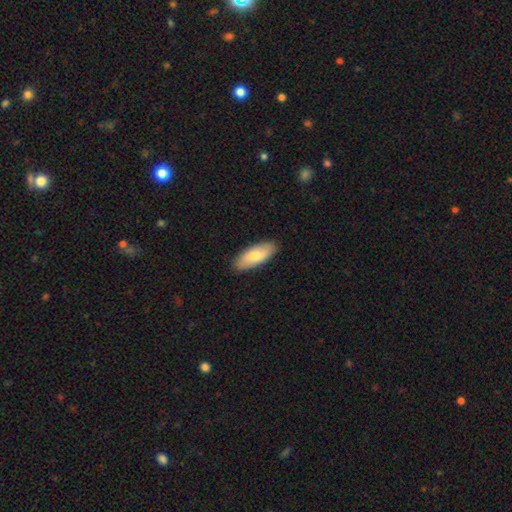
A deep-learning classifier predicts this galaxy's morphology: smooth_or_featured: smooth (p=0.77) [alt: featured or disk p=0.18]
how_rounded: in between (p=0.80) [alt: cigar-shaped p=0.18]
merging: none (p=0.89) [alt: minor disturbance p=0.09]